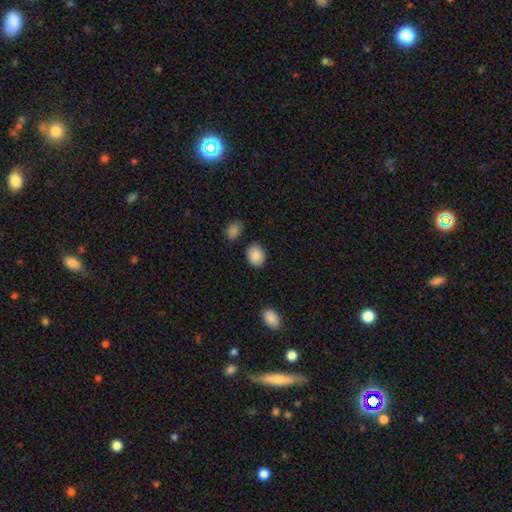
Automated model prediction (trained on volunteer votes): Smooth or featured? smooth (89%)
How rounded? round (61%)
Merging? none (84%)